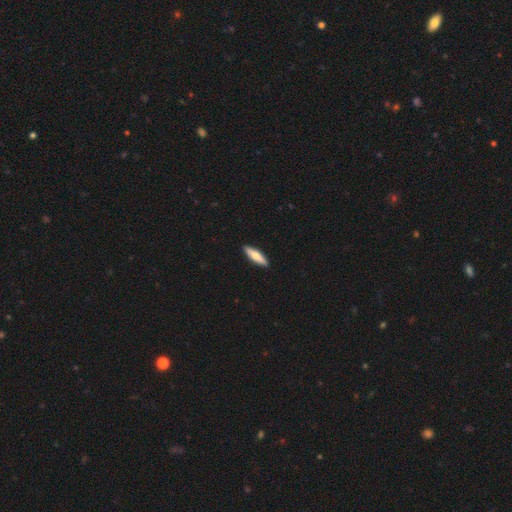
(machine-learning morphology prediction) This appears to be a smooth galaxy with no disk features (61%) that is cigar-shaped (65%). Merging: none (91%).